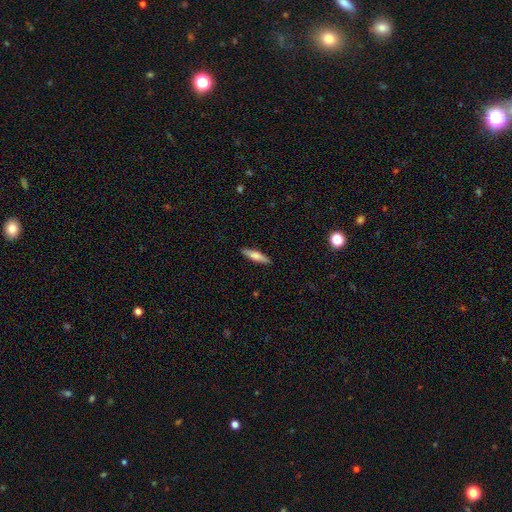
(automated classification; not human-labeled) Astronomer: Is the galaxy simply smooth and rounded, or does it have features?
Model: smooth — 62%.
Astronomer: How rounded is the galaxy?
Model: cigar-shaped — 79%.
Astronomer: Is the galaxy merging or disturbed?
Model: none — 90%.